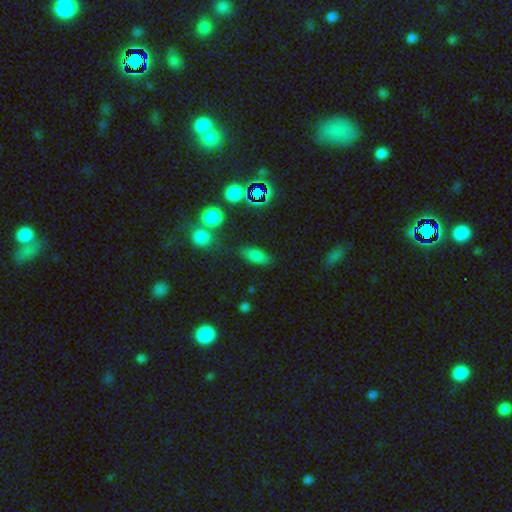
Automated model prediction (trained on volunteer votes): smooth_or_featured: smooth (p=0.75) [alt: star or artifact p=0.16]
how_rounded: in between (p=0.79) [alt: cigar-shaped p=0.13]
merging: none (p=0.73) [alt: minor disturbance p=0.16]